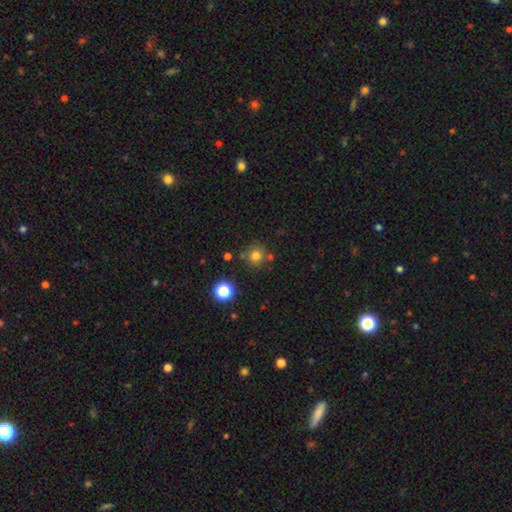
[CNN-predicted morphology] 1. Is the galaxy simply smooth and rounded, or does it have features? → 76% smooth, 17% star or artifact, 7% featured or disk.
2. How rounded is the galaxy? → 92% round, 7% in between, 1% cigar-shaped.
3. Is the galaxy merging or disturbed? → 78% none, 10% minor disturbance, 9% merger, 3% major disturbance.